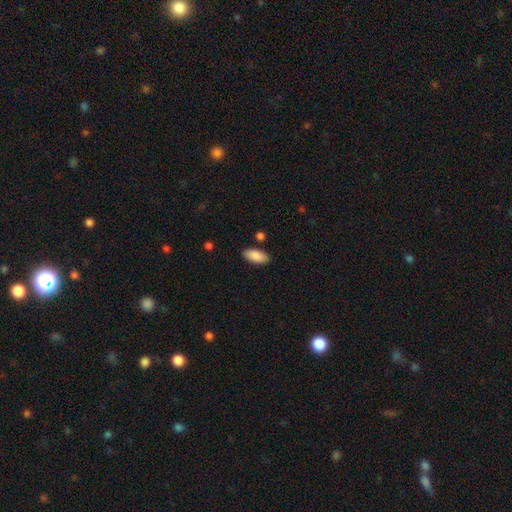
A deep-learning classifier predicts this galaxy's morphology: Smooth or featured: smooth — 89% (star or artifact — 6%)
How rounded: in between — 90% (cigar-shaped — 8%)
Merging: none — 86% (minor disturbance — 9%)